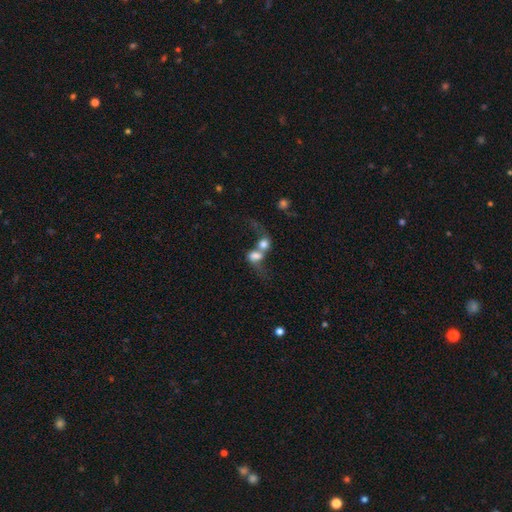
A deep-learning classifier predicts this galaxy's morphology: Smooth or featured? smooth (58%)
How rounded? in between (50%)
Merging? merger (78%)